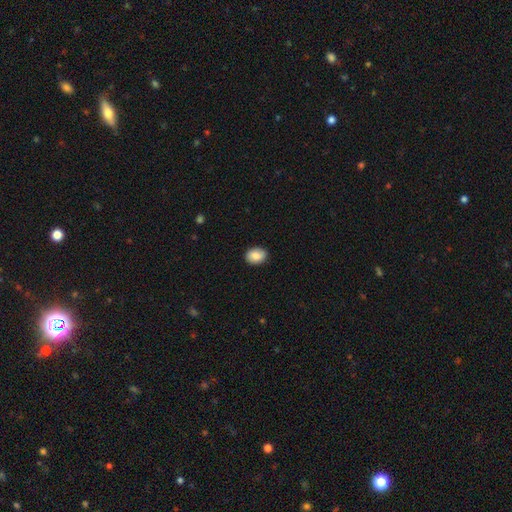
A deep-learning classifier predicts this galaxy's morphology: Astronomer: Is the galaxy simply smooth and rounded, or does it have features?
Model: smooth — 84%.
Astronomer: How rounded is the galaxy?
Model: in between — 64%.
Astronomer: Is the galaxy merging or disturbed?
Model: none — 89%.